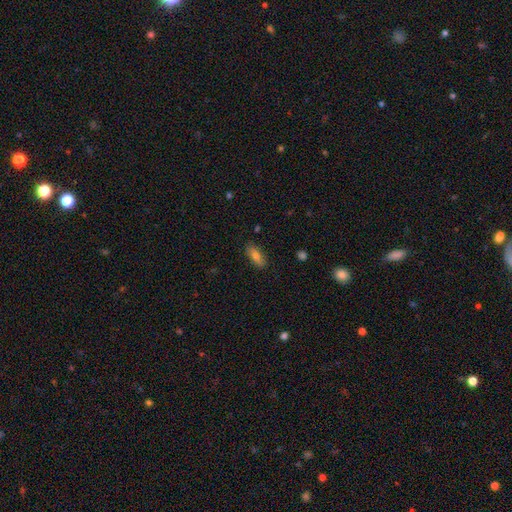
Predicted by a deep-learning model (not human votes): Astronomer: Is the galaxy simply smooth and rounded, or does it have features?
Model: smooth — 76%.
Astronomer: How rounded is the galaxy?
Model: in between — 76%.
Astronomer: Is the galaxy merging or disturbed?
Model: none — 85%.